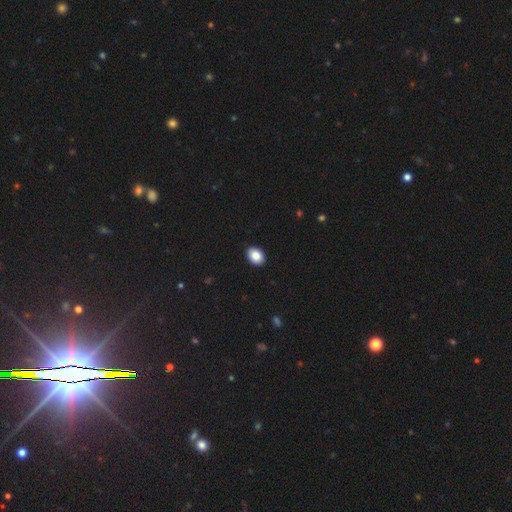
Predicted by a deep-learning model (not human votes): A smooth galaxy with no disk features (87%) that is in between round and cigar-shaped (69%). Merging: none (91%).